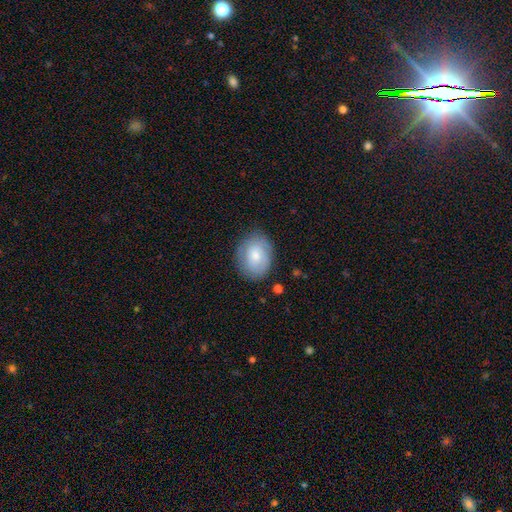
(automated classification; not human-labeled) Smooth or featured: smooth — 68% (featured or disk — 25%)
How rounded: in between — 60% (round — 39%)
Merging: none — 79% (minor disturbance — 16%)